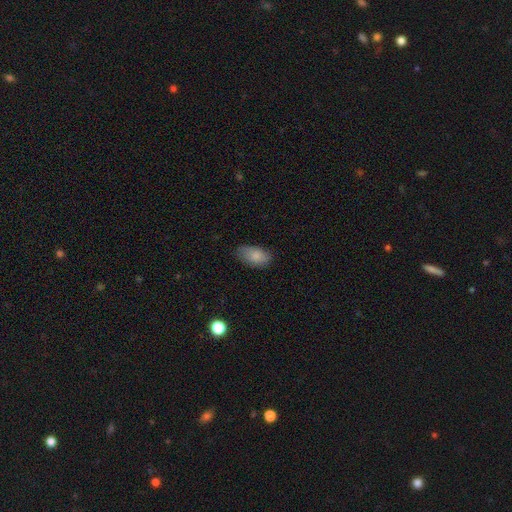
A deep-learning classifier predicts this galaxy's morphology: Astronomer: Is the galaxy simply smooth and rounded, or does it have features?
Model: smooth — 84%.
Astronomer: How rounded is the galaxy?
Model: in between — 92%.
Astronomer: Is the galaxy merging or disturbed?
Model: none — 75%.